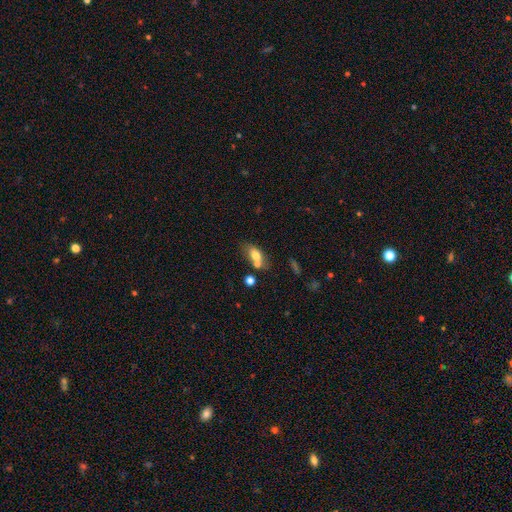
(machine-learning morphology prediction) This is likely a smooth galaxy (71%). How rounded: clearly in between (80%). Merging: possibly none (51%).